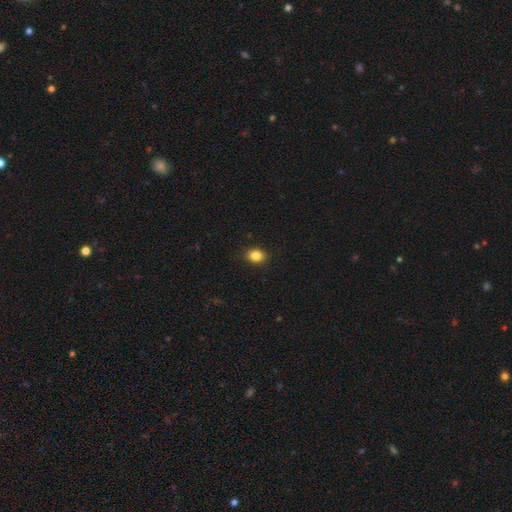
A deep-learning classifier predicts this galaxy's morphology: Smooth or featured? smooth (85%)
How rounded? in between (52%)
Merging? none (90%)